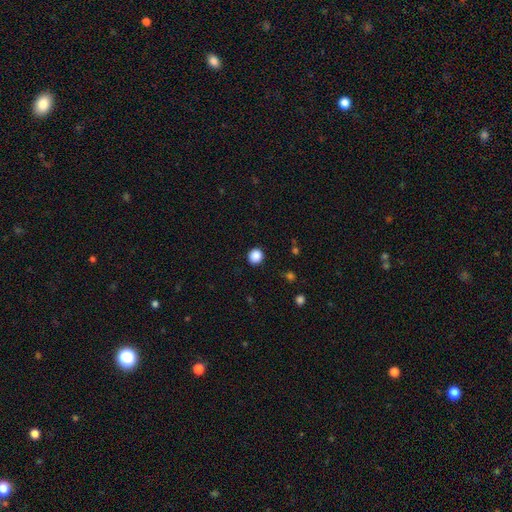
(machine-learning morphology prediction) Overall: smooth (88%). How rounded: round (88%). Merging: none (91%).